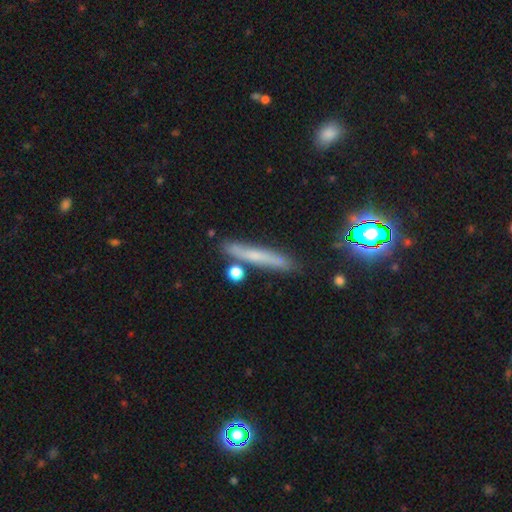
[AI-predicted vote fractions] A smooth galaxy with no disk features (53%) that is cigar-shaped (91%).

Vote fractions:
- Smooth or featured? smooth: 53% / featured or disk: 34% / star or artifact: 12%
- How rounded? cigar-shaped: 91% / in between: 6% / round: 3%
- Merging? none: 81% / minor disturbance: 11% / merger: 5% / major disturbance: 3%